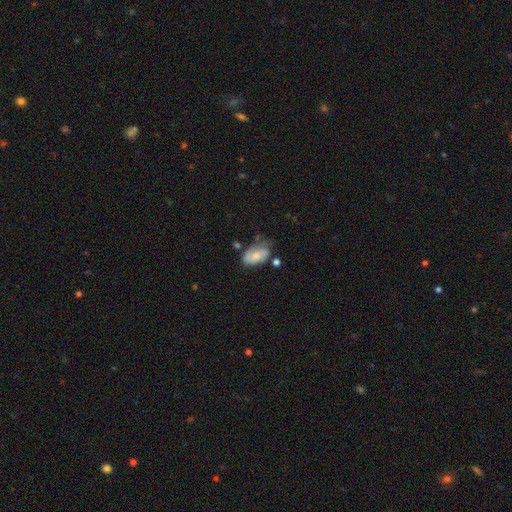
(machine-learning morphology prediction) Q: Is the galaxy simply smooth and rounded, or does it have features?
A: smooth — 55%.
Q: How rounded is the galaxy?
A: in between — 92%.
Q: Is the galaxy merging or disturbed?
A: none — 48%.